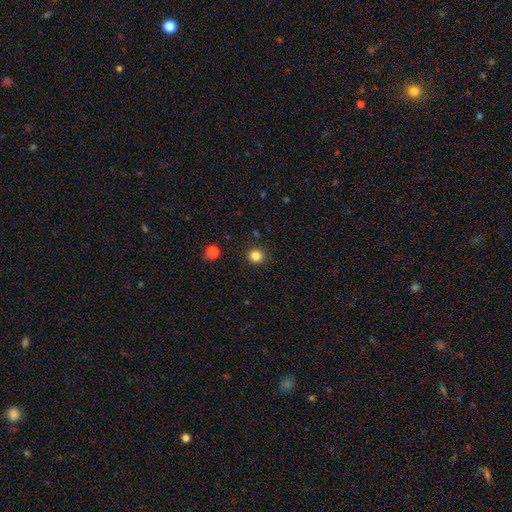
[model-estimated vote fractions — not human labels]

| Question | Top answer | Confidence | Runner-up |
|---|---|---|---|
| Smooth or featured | smooth | 83% | star or artifact (13%) |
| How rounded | round | 91% | in between (8%) |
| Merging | none | 91% | minor disturbance (6%) |